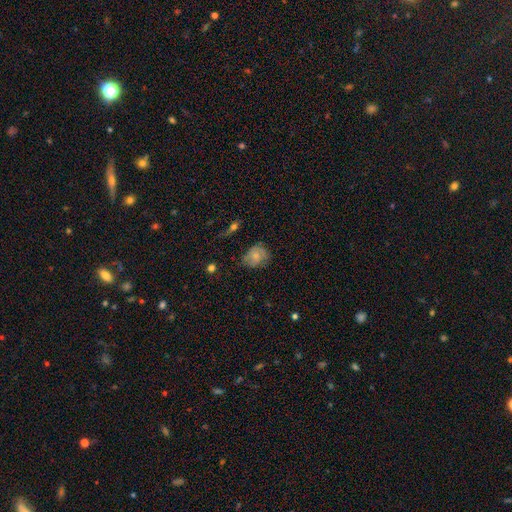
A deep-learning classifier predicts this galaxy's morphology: This appears to be a smooth galaxy with no disk features (64%) that is round (50%). Merging: none (57%).